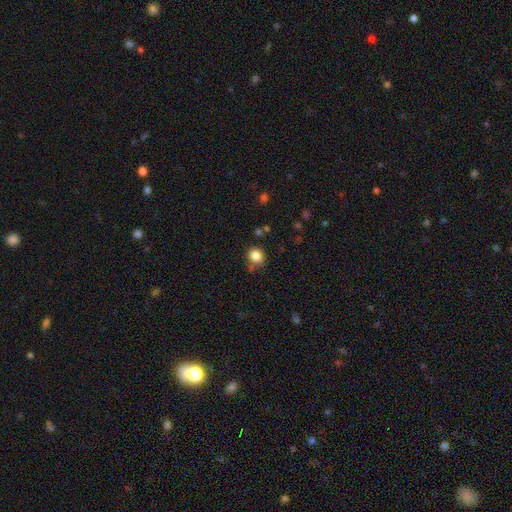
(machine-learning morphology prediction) Smooth or featured? Predicted: smooth (p=0.84). How rounded? Predicted: round (p=0.84). Merging? Predicted: none (p=0.79).